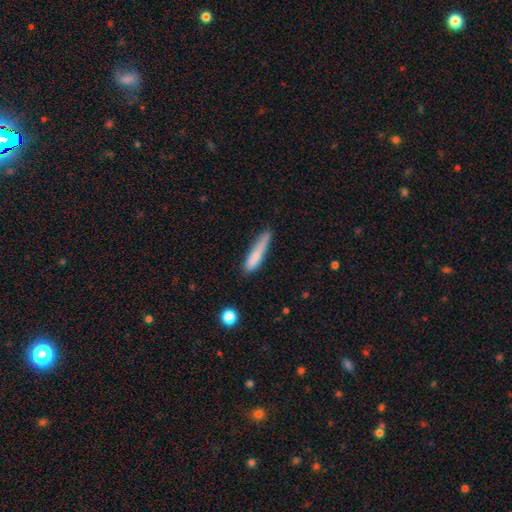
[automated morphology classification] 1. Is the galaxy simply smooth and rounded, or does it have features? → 77% smooth, 16% featured or disk, 7% star or artifact.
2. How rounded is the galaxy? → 90% cigar-shaped, 9% in between, 1% round.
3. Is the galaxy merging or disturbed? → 65% none, 26% minor disturbance, 6% major disturbance, 3% merger.